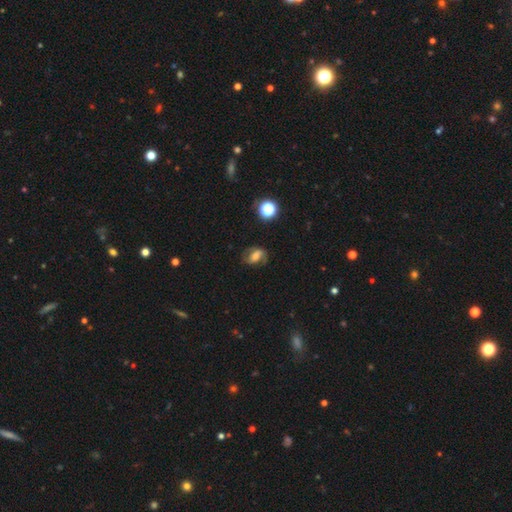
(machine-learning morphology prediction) type=featured or disk (56%); edge-on=no (96%); bar=weak (41%); spiral arms=yes (85%); bulge=moderate (40%); merging=none (68%).